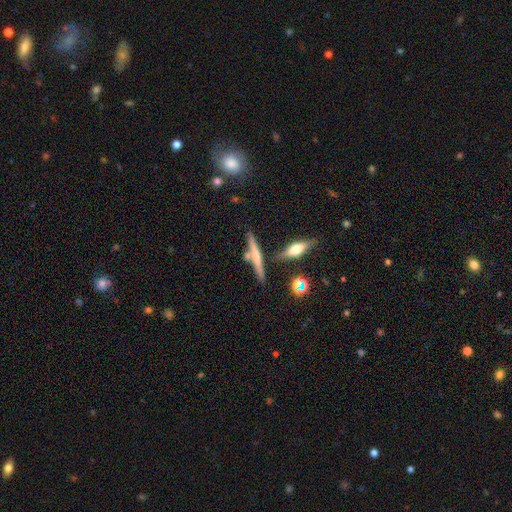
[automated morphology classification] This appears to be a featured or disk galaxy (49%). Merging: none (67%).